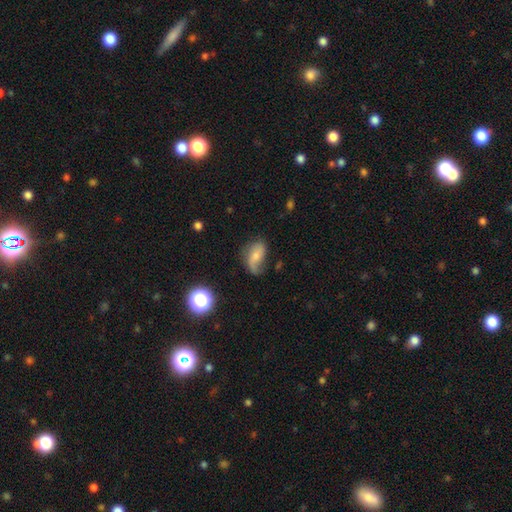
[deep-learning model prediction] A smooth galaxy with no disk features (50%). Merging: none (41%).